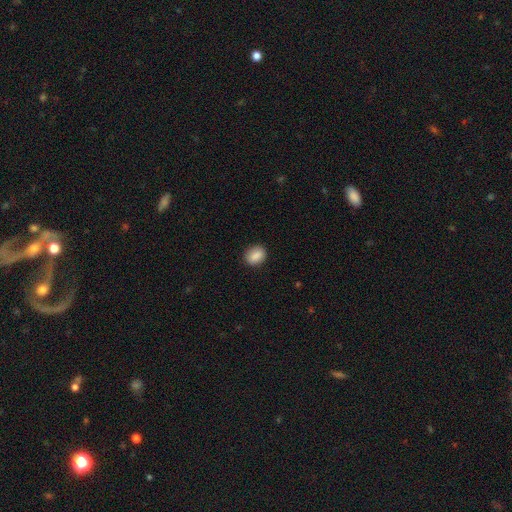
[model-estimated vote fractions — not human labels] smooth-or-featured: smooth: 88% | star or artifact: 8% | featured or disk: 4%
  how-rounded: in between: 53% | round: 45% | cigar-shaped: 1%
  merging: none: 88% | minor disturbance: 9% | major disturbance: 2% | merger: 1%